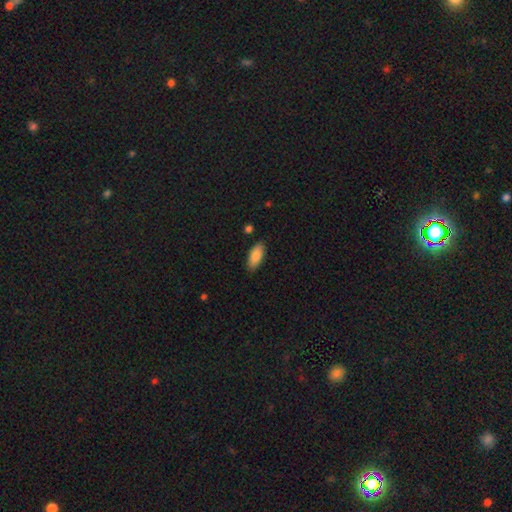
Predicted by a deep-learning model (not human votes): Overall: smooth (85%). How rounded: in between (83%). Merging: none (86%).